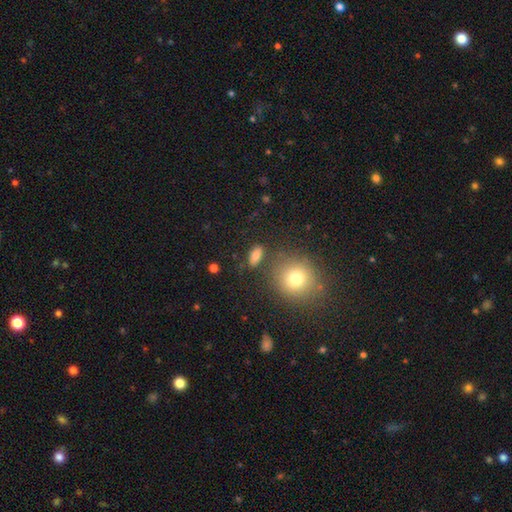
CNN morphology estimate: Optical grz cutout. It shows a smooth galaxy with no disk features (77%) that is in between round and cigar-shaped (76%). Merging: none (78%).